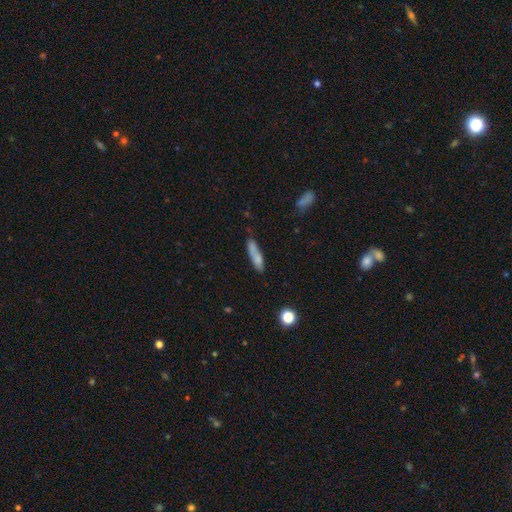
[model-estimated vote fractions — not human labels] Smooth or featured: smooth — 77% (featured or disk — 16%)
How rounded: cigar-shaped — 77% (in between — 21%)
Merging: none — 69% (minor disturbance — 21%)